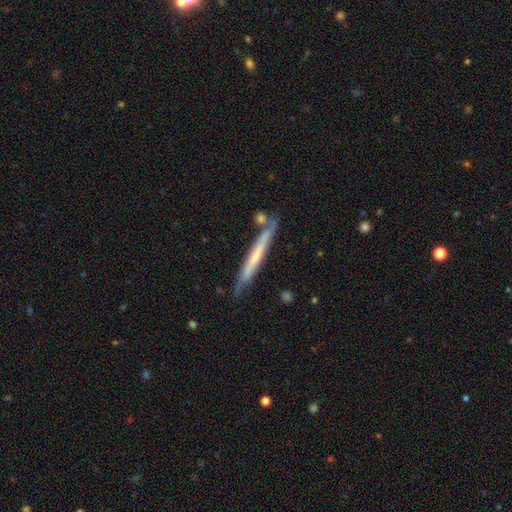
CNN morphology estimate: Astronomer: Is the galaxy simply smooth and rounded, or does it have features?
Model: featured or disk — 51% (runner-up: smooth, 43%).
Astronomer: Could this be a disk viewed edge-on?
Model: yes — 92%.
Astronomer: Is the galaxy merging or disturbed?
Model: none — 72%.